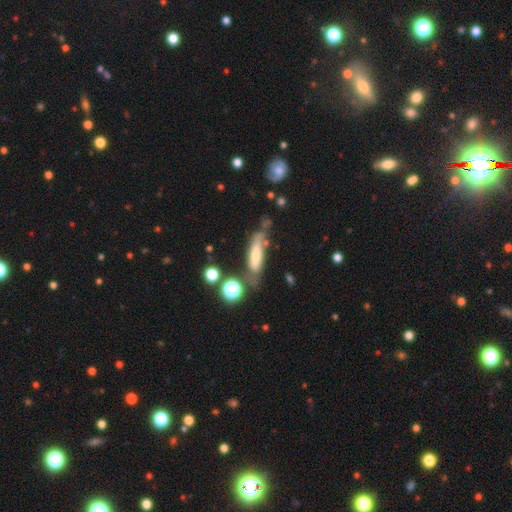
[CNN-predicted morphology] This appears to be a smooth galaxy with no disk features (61%) that is cigar-shaped (61%). Merging: none (50%).